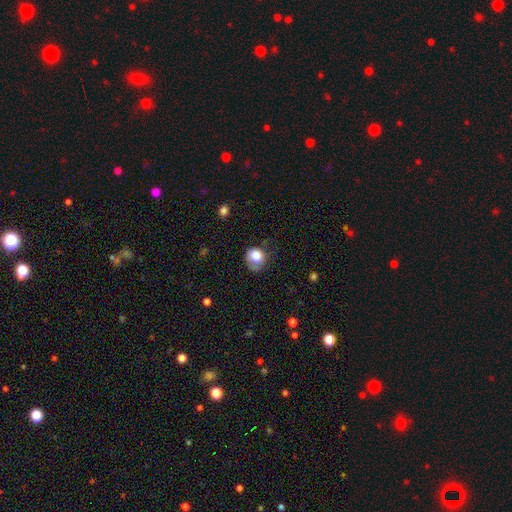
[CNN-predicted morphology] This appears to be a smooth galaxy with no disk features (79%) that is round (76%). Merging: none (51%).